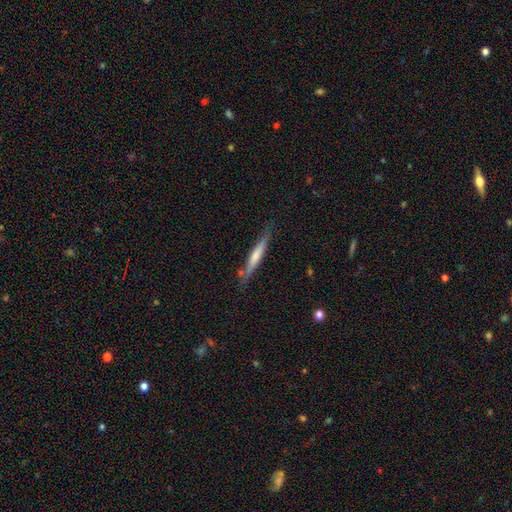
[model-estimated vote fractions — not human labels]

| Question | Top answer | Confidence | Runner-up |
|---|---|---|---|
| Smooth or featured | smooth | 52% | featured or disk (42%) |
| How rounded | cigar-shaped | 94% | in between (5%) |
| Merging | none | 79% | minor disturbance (15%) |